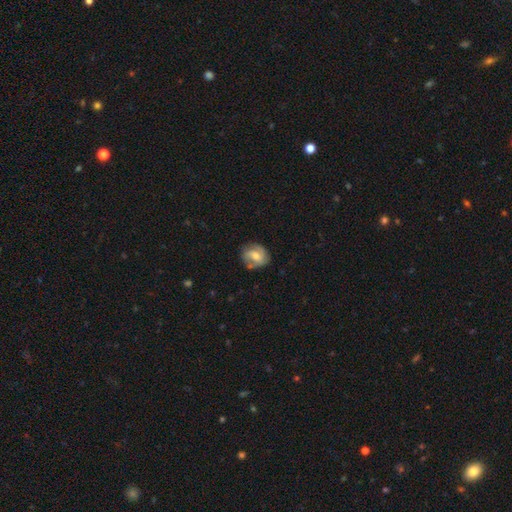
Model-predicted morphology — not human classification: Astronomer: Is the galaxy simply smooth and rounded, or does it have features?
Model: featured or disk — 55% (runner-up: smooth, 38%).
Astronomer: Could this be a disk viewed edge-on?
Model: no — 97%.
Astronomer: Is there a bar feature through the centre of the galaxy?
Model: no — 45% (runner-up: weak, 42%).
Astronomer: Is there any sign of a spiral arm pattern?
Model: yes — 80%.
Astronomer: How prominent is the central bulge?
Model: moderate — 64%.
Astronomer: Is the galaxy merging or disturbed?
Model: none — 68%.